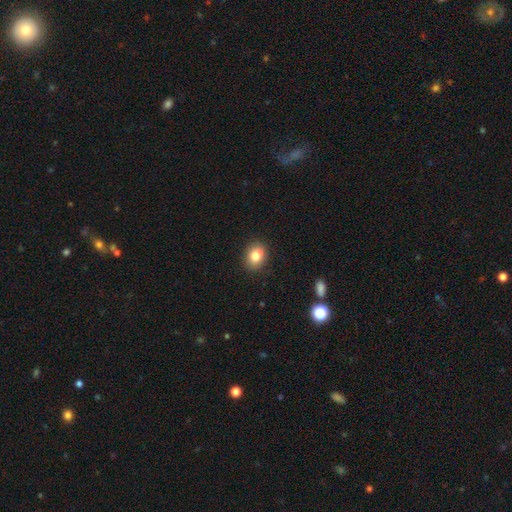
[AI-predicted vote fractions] smooth 83%, star or artifact 9%, featured or disk 8%. Down the decision tree: how rounded — in between (60%); merging — none (86%).